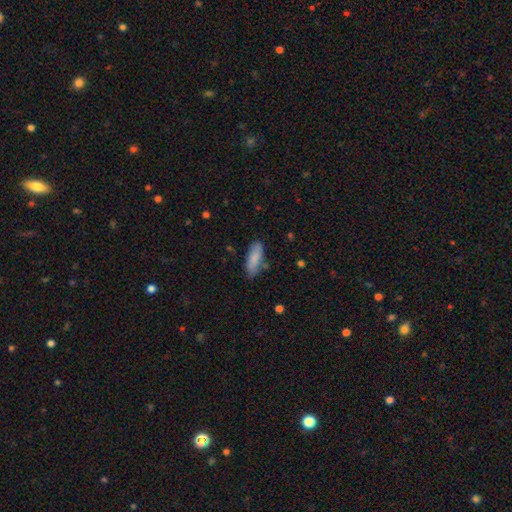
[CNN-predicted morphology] smooth_or_featured: smooth (p=0.83) [alt: featured or disk p=0.11]
how_rounded: in between (p=0.67) [alt: cigar-shaped p=0.31]
merging: none (p=0.75) [alt: minor disturbance p=0.18]